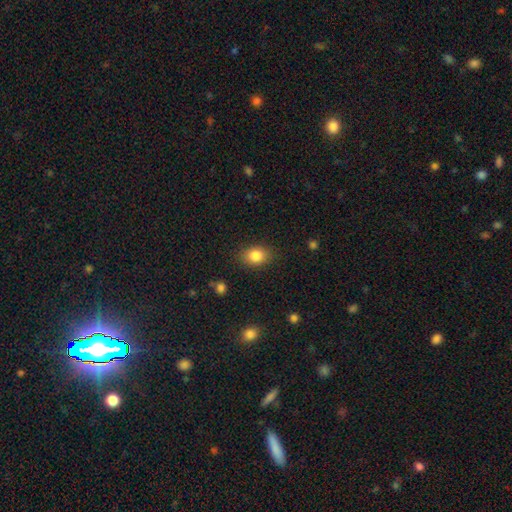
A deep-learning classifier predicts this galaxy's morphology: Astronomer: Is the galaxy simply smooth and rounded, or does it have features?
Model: smooth — 84%.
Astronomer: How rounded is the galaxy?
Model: in between — 62%.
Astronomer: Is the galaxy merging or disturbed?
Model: none — 84%.